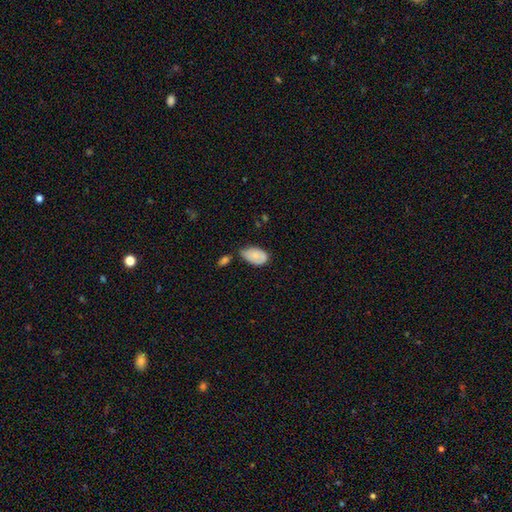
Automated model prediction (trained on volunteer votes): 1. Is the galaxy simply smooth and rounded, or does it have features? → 76% smooth, 17% featured or disk, 7% star or artifact.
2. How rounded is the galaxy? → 93% in between, 6% round, 1% cigar-shaped.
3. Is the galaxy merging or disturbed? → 40% none, 39% minor disturbance, 11% merger, 10% major disturbance.